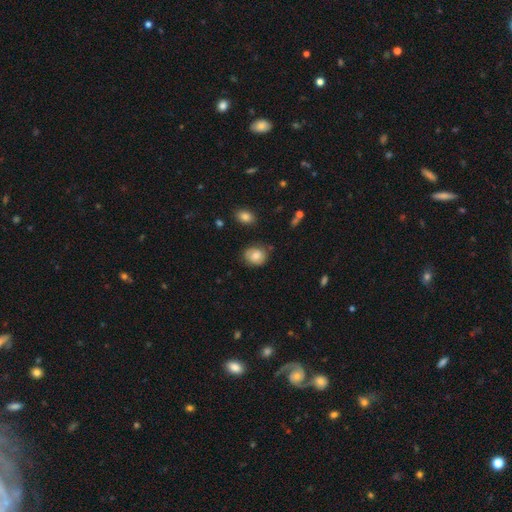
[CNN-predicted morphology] Smooth or featured? Predicted: smooth (p=0.75). How rounded? Predicted: round (p=0.64). Merging? Predicted: none (p=0.75).